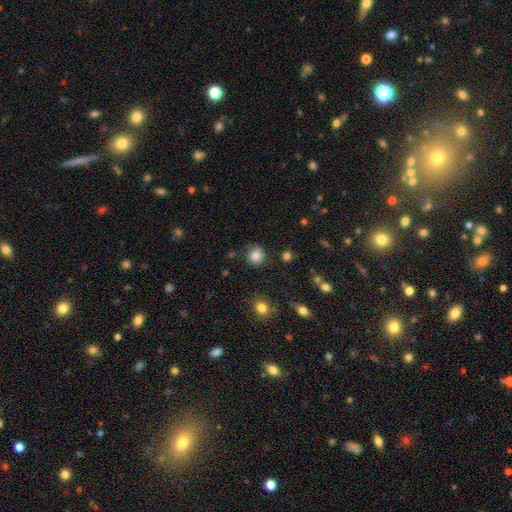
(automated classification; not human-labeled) Morphology: type=smooth (83%); roundness=round (90%); merging=none (82%).